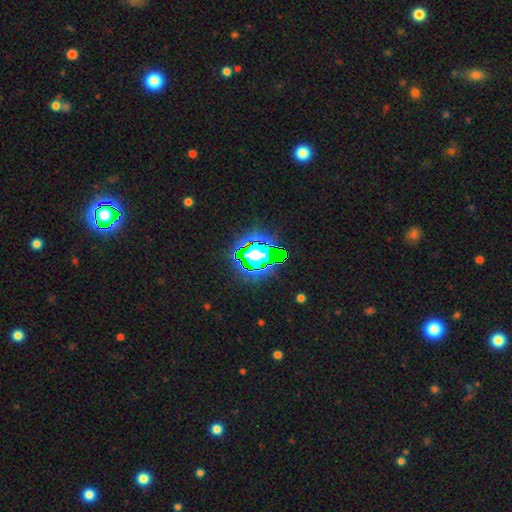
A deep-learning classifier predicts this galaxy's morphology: smooth_or_featured: star or artifact (p=0.77) [alt: smooth p=0.13]